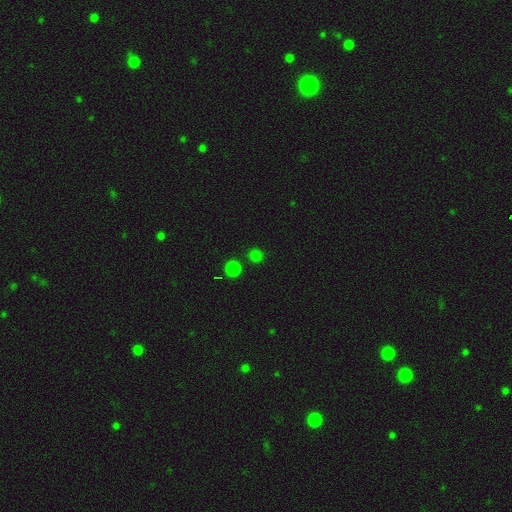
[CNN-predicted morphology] Overall: smooth (74%). How rounded: round (90%). Merging: none (84%).